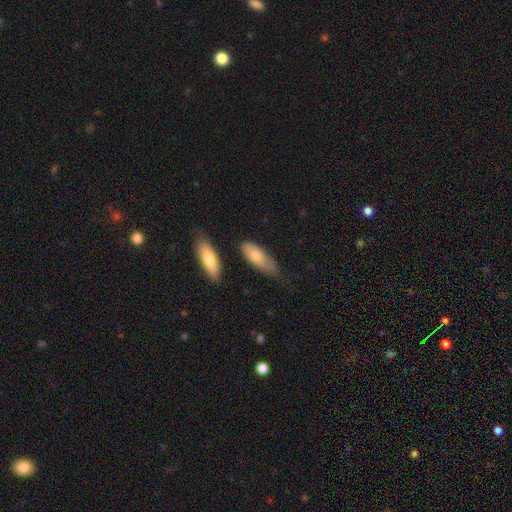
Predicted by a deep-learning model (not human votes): Smooth or featured: smooth — 72% (featured or disk — 22%)
How rounded: in between — 79% (cigar-shaped — 18%)
Merging: none — 52% (minor disturbance — 33%)